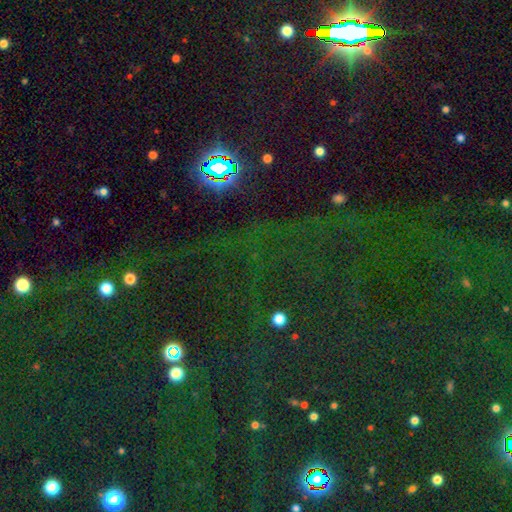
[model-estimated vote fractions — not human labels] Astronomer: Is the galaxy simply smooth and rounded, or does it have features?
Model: star or artifact — 83%.